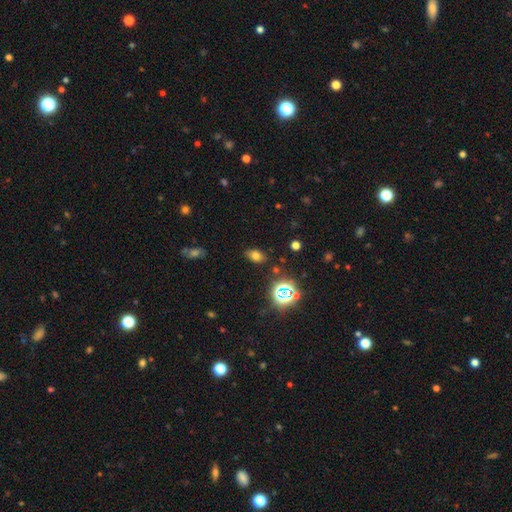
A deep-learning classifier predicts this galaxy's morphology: Smooth or featured?
  - smooth: 69% *
  - star or artifact: 22%
  - featured or disk: 9%
How rounded?
  - in between: 85% *
  - round: 13%
  - cigar-shaped: 2%
Merging?
  - none: 84% *
  - minor disturbance: 11%
  - major disturbance: 3%
  - merger: 3%